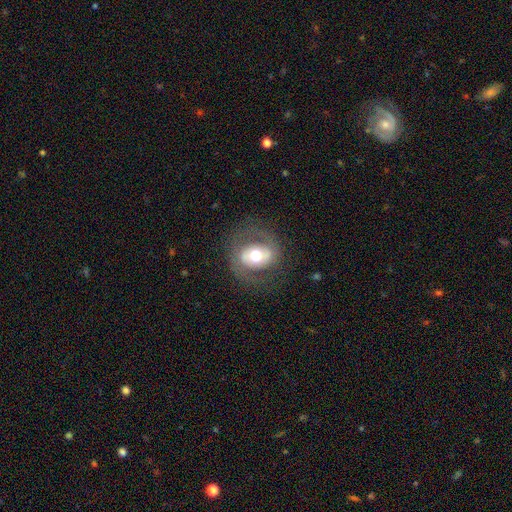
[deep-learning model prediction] A featured or disk galaxy (61%) with no bar (47%), spiral arms (59%) and a moderate central bulge (64%). Merging: none (73%).